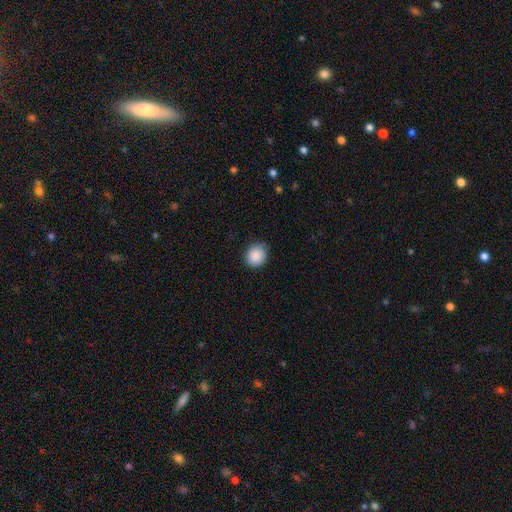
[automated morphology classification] smooth_or_featured: smooth (p=0.88) [alt: star or artifact p=0.08]
how_rounded: round (p=0.76) [alt: in between p=0.23]
merging: none (p=0.85) [alt: minor disturbance p=0.12]